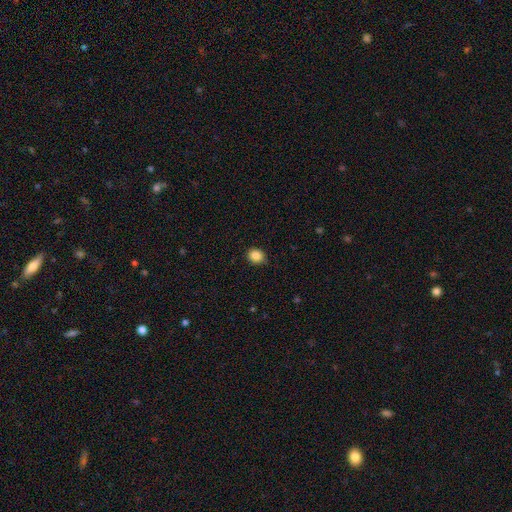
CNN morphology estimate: A smooth galaxy with no disk features (86%) that is round (64%). Merging: none (83%).